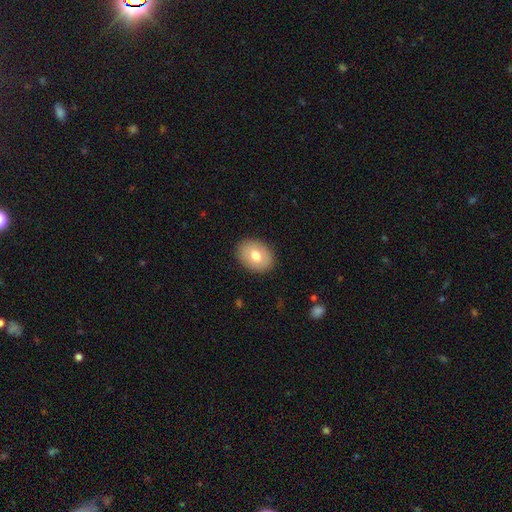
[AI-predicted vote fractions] This is likely a smooth galaxy (74%). How rounded: likely in between (66%). Merging: clearly none (89%).